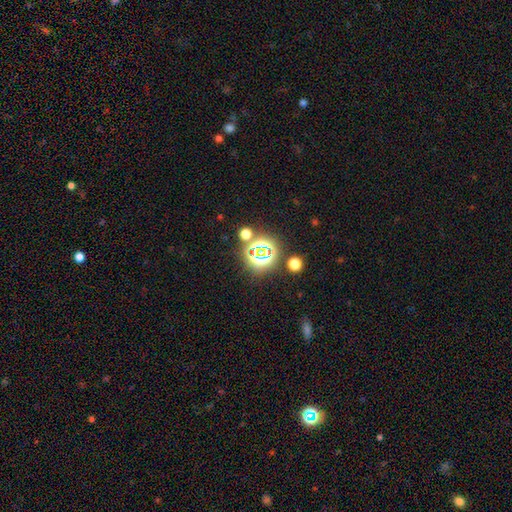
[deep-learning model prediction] This is likely a star or artifact rather than a galaxy (63%).